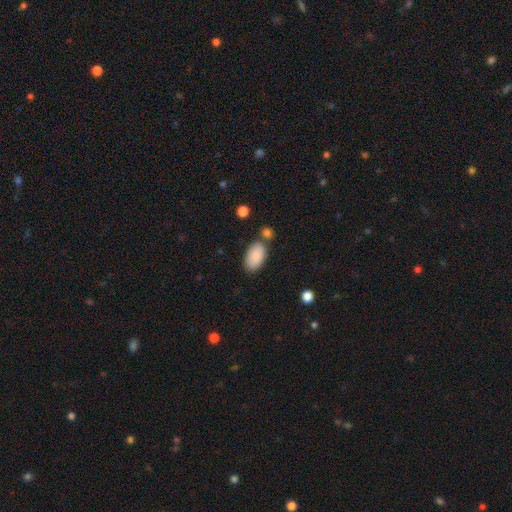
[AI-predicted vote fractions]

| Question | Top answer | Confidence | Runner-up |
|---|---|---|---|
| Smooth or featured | smooth | 88% | star or artifact (7%) |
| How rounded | in between | 95% | round (3%) |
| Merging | none | 70% | minor disturbance (15%) |